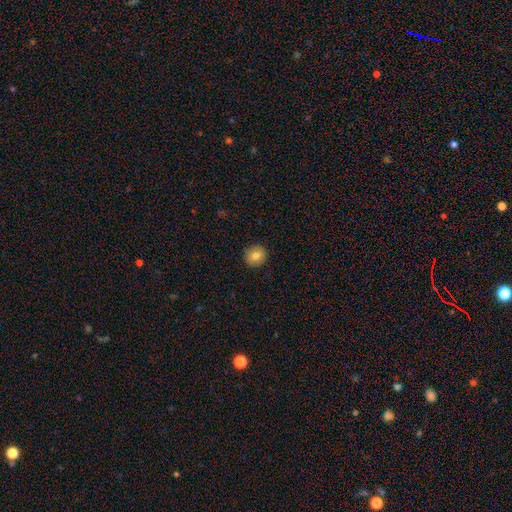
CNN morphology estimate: The model was most divided on "smooth or featured": smooth: 80%, featured or disk: 11%, star or artifact: 9%. More confident: merging — none (91%); how rounded — round (90%).